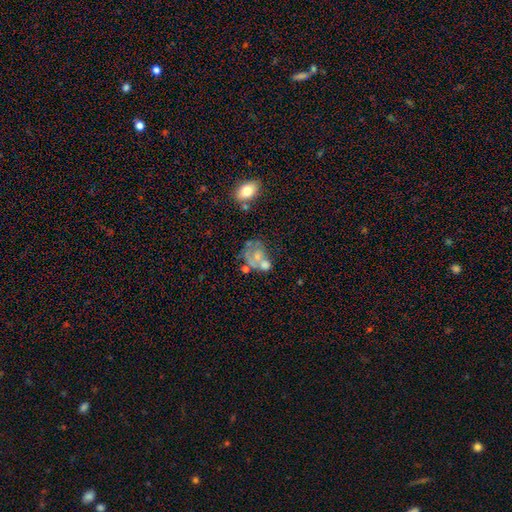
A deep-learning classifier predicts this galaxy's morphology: Smooth or featured? Predicted: featured or disk (p=0.46). Merging? Predicted: merger (p=0.36).